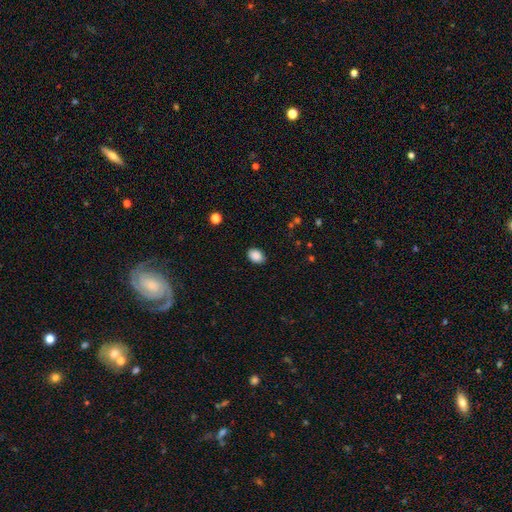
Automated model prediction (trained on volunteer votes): Smooth or featured?
  - smooth: 88% *
  - star or artifact: 8%
  - featured or disk: 3%
How rounded?
  - in between: 78% *
  - round: 21%
  - cigar-shaped: 1%
Merging?
  - none: 87% *
  - minor disturbance: 10%
  - major disturbance: 2%
  - merger: 1%